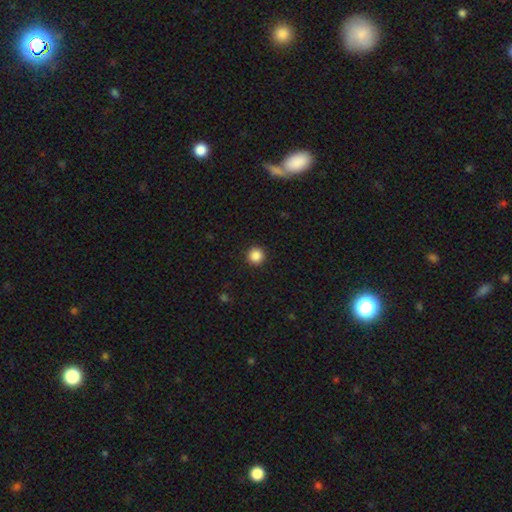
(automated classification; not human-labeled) smooth-or-featured: smooth: 86% | star or artifact: 10% | featured or disk: 3%
  how-rounded: round: 96% | in between: 3% | cigar-shaped: 1%
  merging: none: 93% | minor disturbance: 4% | major disturbance: 2% | merger: 1%